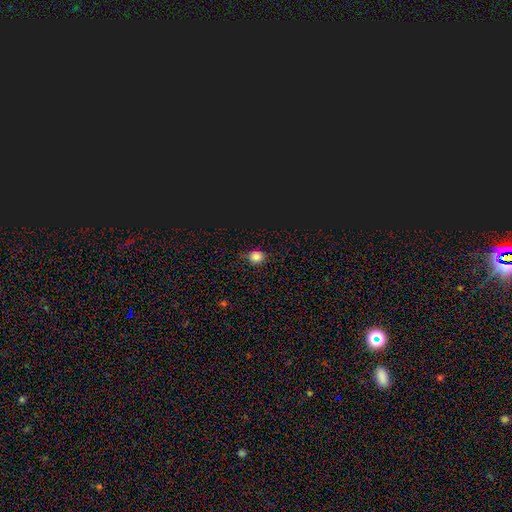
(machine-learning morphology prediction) Overall: smooth (76%). How rounded: round (81%). Merging: none (81%).